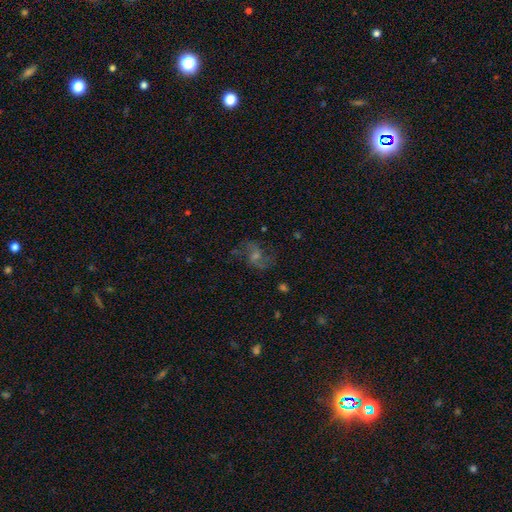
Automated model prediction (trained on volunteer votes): The model was most divided on "bulge size": small: 44%, moderate: 41%, none: 9%, large: 5%, dominant: 2%. More confident: edge-on disk — no (96%); spiral arms — yes (91%); spiral arm count — 2 (84%); merging — none (72%); smooth or featured — featured or disk (67%); spiral winding — loose (52%); bar — no (51%).